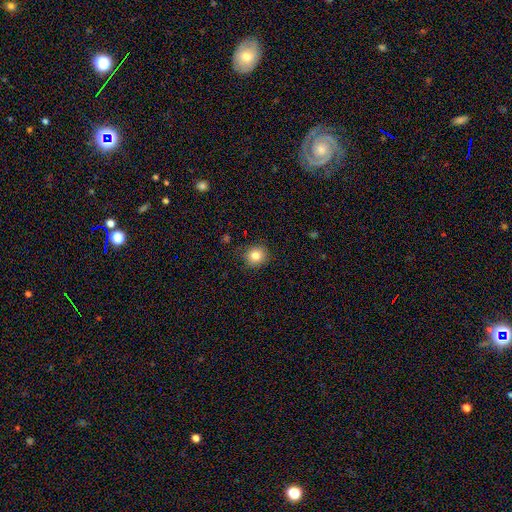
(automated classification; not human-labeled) A smooth galaxy with no disk features (82%) that is round (86%). Merging: none (87%).